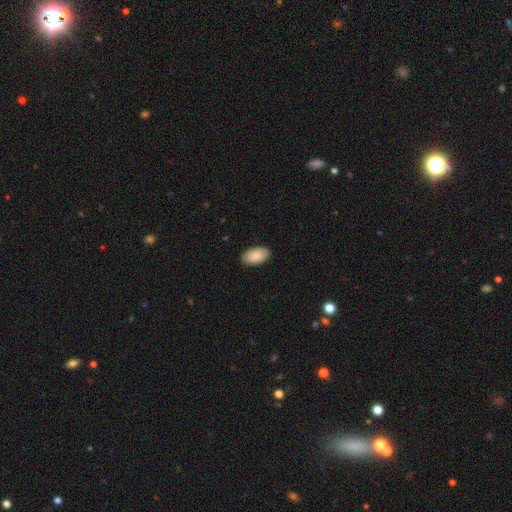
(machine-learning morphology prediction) Overall: smooth (89%). How rounded: in between (96%). Merging: none (88%).